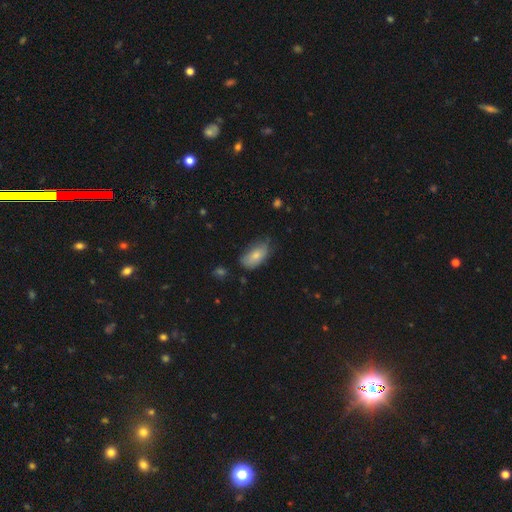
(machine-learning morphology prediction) Q: Smooth or featured?
A: smooth (79%); runner-up: featured or disk (14%)
Q: How rounded?
A: in between (92%); runner-up: cigar-shaped (4%)
Q: Merging?
A: none (54%); runner-up: minor disturbance (35%)